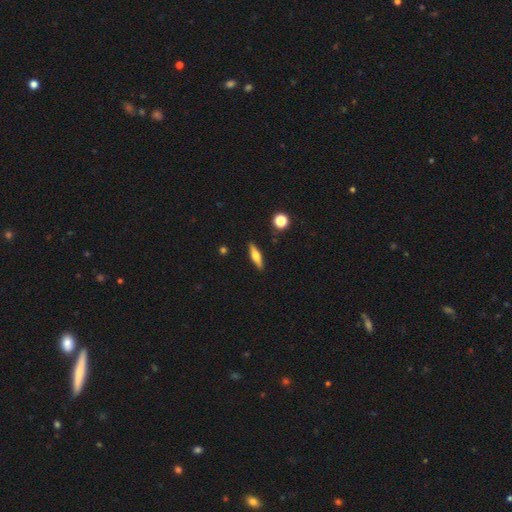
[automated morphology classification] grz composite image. It shows a smooth galaxy with no disk features (51%) that is cigar-shaped (68%). Merging: none (89%).